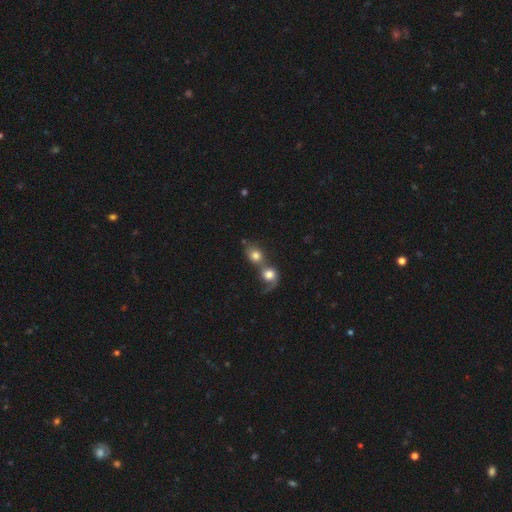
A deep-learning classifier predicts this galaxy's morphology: This is likely a smooth galaxy (75%). How rounded: likely round (69%). Merging: likely merger (69%).